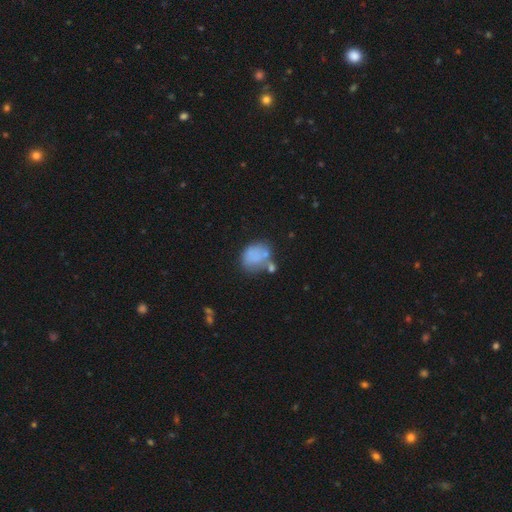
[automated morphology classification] type=smooth (73%); roundness=in between (54%); merging=none (44%).